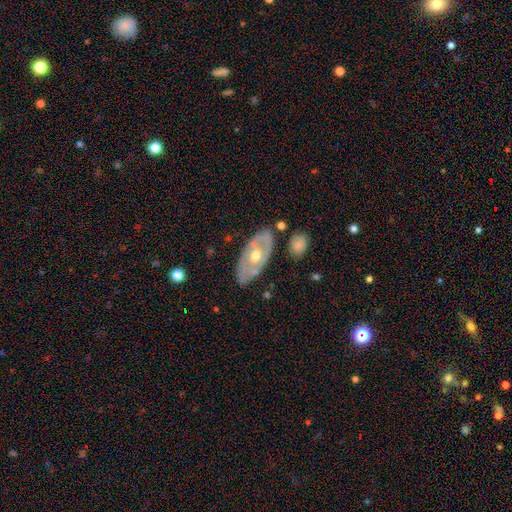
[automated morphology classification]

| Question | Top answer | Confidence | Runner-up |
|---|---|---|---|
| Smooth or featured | featured or disk | 64% | smooth (31%) |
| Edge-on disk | no | 85% | yes (15%) |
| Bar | no | 87% | weak (10%) |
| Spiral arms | no | 77% | yes (23%) |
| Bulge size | moderate | 76% | small (15%) |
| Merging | none | 76% | minor disturbance (16%) |